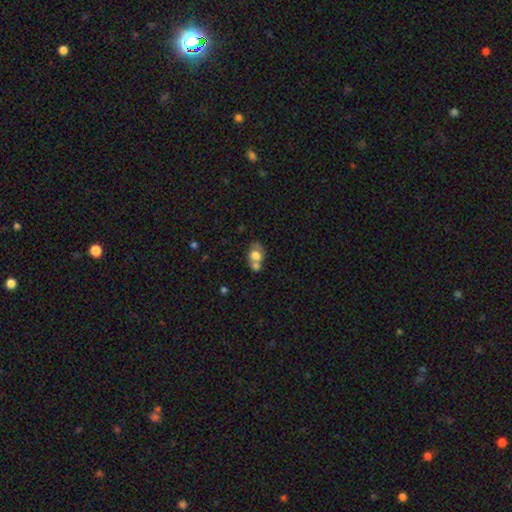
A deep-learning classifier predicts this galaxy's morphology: This appears to be a smooth galaxy with no disk features (69%) that is in between round and cigar-shaped (53%). Merging: merger (53%).